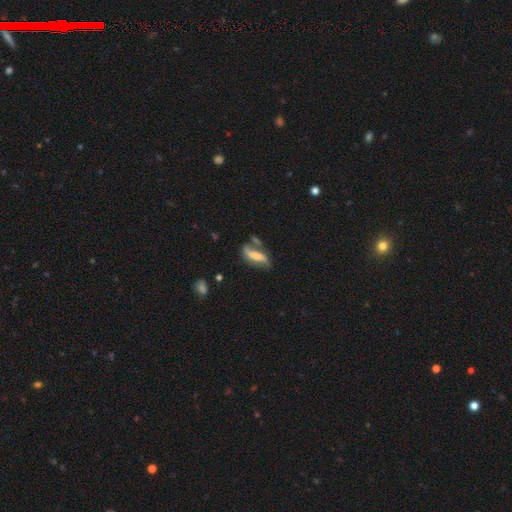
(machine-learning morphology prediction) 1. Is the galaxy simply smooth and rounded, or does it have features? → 48% featured or disk, 43% smooth, 9% star or artifact.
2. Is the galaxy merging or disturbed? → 41% none, 23% minor disturbance, 19% merger, 18% major disturbance.